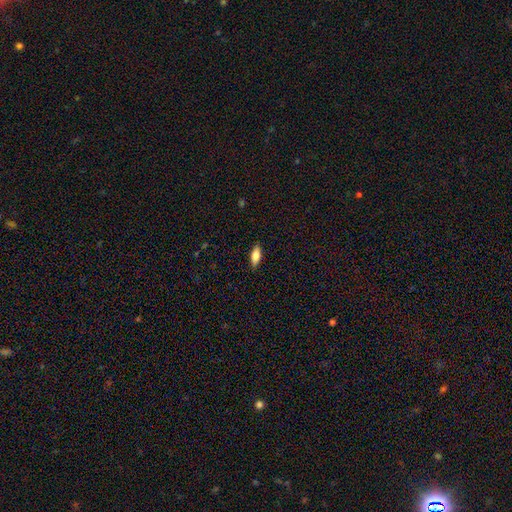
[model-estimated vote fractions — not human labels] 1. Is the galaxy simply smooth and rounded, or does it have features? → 74% smooth, 19% featured or disk, 7% star or artifact.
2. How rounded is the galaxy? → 74% in between, 23% cigar-shaped, 3% round.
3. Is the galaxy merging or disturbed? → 88% none, 9% minor disturbance, 2% major disturbance, 1% merger.